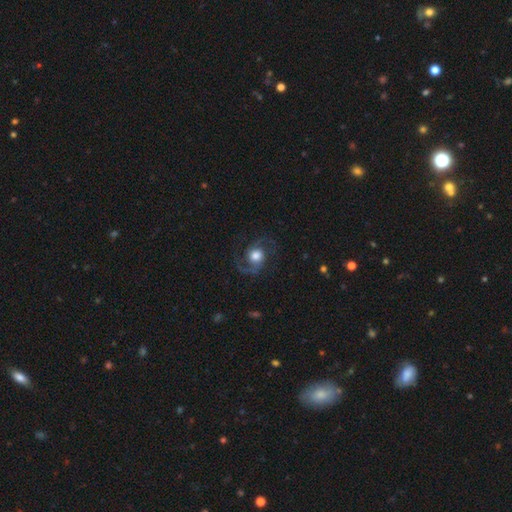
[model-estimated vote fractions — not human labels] Morphology: type=featured or disk (78%); edge-on=no (98%); bar=no (70%); spiral arms=yes (95%); winding=medium (50%); arm count=2 (91%); bulge=large (47%); merging=none (72%).